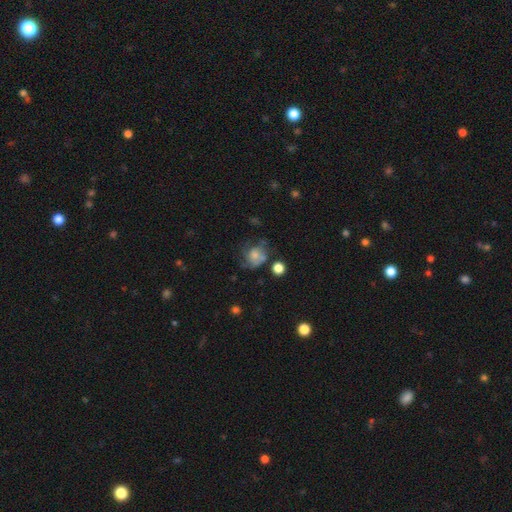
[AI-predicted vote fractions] Smooth or featured? featured or disk (46%)
Merging? none (41%)